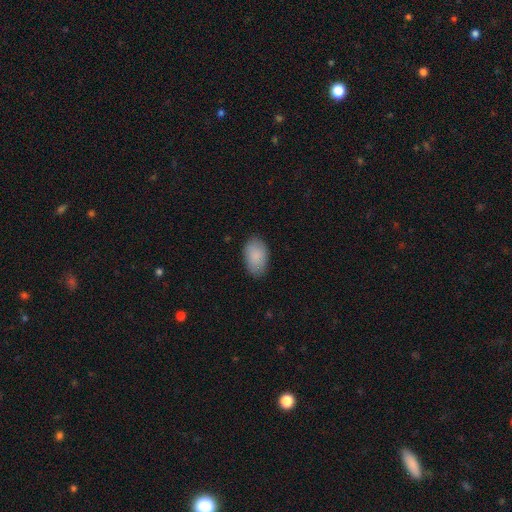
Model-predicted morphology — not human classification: A smooth galaxy with no disk features (88%) that is in between round and cigar-shaped (93%). Merging: none (82%).